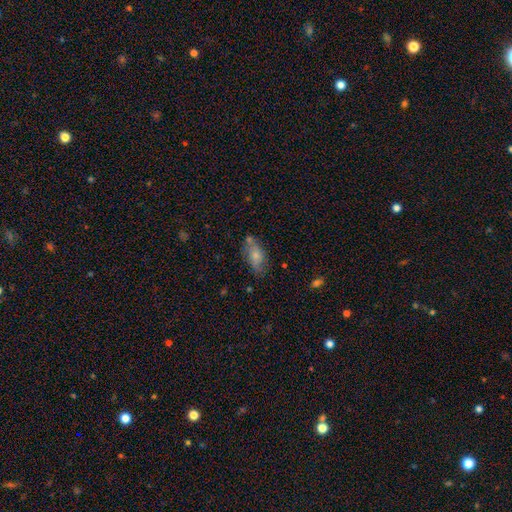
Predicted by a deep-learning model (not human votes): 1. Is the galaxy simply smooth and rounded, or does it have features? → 72% smooth, 21% featured or disk, 8% star or artifact.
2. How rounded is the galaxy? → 89% in between, 7% cigar-shaped, 4% round.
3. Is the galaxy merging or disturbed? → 60% none, 22% minor disturbance, 11% merger, 6% major disturbance.